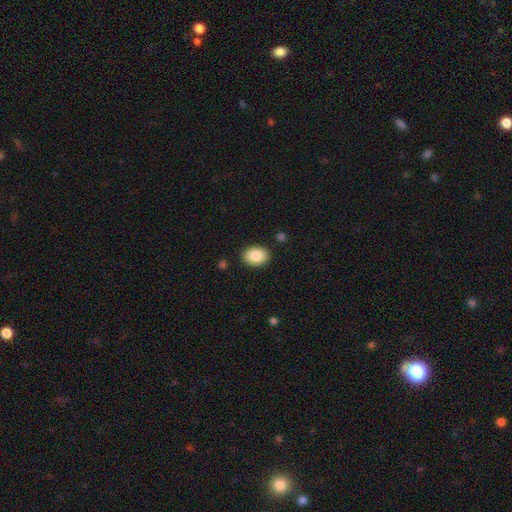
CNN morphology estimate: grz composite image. It shows a smooth galaxy with no disk features (86%) that is in between round and cigar-shaped (78%). Merging: none (88%).